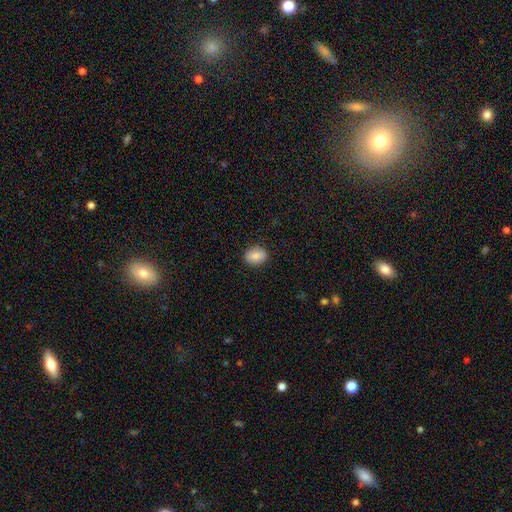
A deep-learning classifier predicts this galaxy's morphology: Q: Smooth or featured?
A: smooth (85%); runner-up: star or artifact (8%)
Q: How rounded?
A: in between (60%); runner-up: round (39%)
Q: Merging?
A: none (89%); runner-up: minor disturbance (8%)